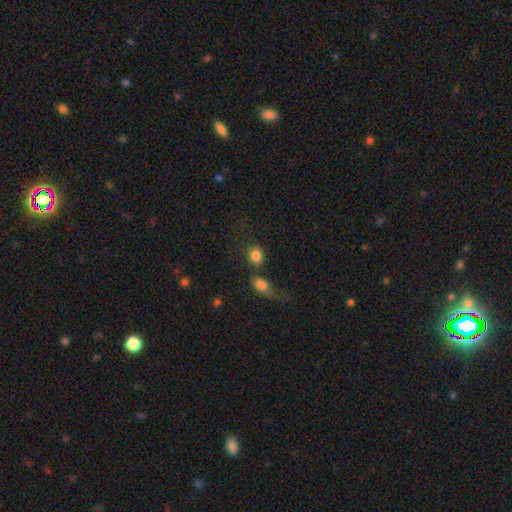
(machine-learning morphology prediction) Smooth or featured? smooth (83%)
How rounded? round (68%)
Merging? none (53%)